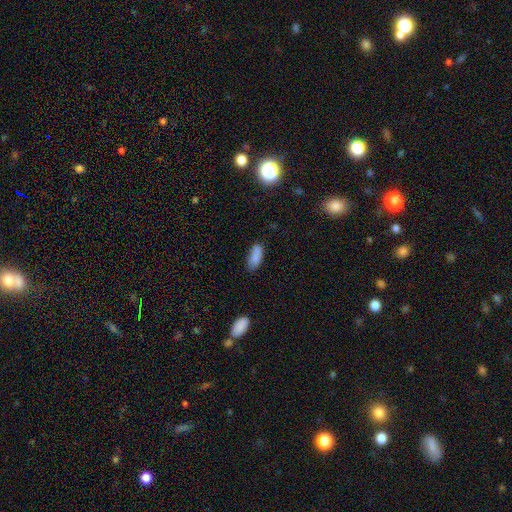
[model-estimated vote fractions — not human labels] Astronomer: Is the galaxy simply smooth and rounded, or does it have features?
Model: smooth — 85%.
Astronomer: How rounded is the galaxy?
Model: in between — 80%.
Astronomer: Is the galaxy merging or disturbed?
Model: none — 69%.